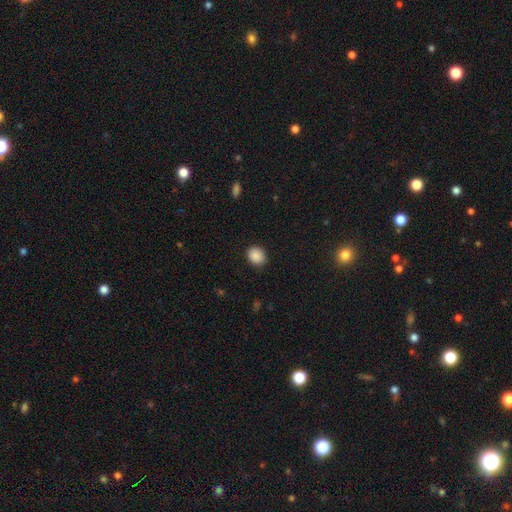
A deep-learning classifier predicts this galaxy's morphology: Smooth or featured?
  - smooth: 89% *
  - star or artifact: 8%
  - featured or disk: 3%
How rounded?
  - round: 58% *
  - in between: 41%
  - cigar-shaped: 1%
Merging?
  - none: 87% *
  - minor disturbance: 10%
  - major disturbance: 2%
  - merger: 1%